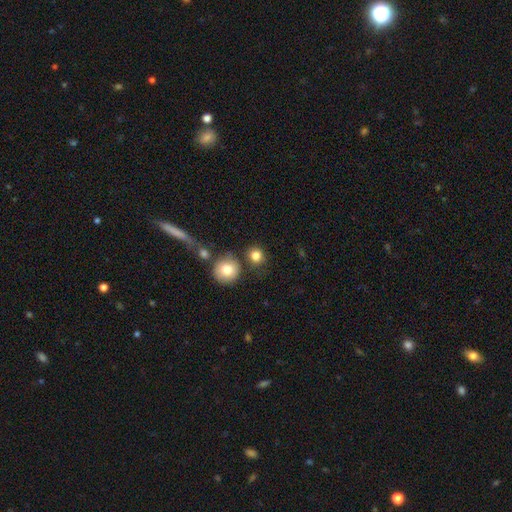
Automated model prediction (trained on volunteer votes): A smooth galaxy with no disk features (82%) that is round (87%).

Vote fractions:
- Smooth or featured? smooth: 82% / star or artifact: 11% / featured or disk: 7%
- How rounded? round: 87% / in between: 12% / cigar-shaped: 1%
- Merging? none: 75% / merger: 11% / minor disturbance: 10% / major disturbance: 4%